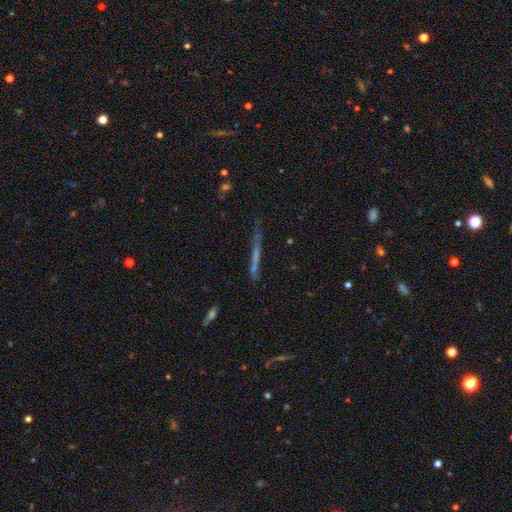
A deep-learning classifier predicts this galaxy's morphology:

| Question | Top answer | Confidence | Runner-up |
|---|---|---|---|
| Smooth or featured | featured or disk | 48% | smooth (39%) |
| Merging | none | 76% | minor disturbance (15%) |